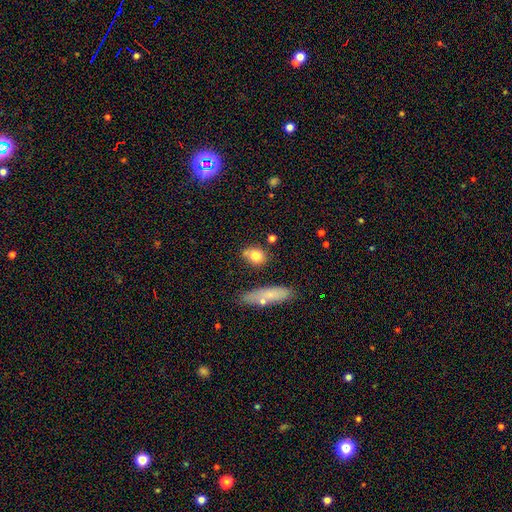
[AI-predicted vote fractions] This is likely a smooth galaxy (77%). How rounded: possibly in between (49%). Merging: likely none (64%).